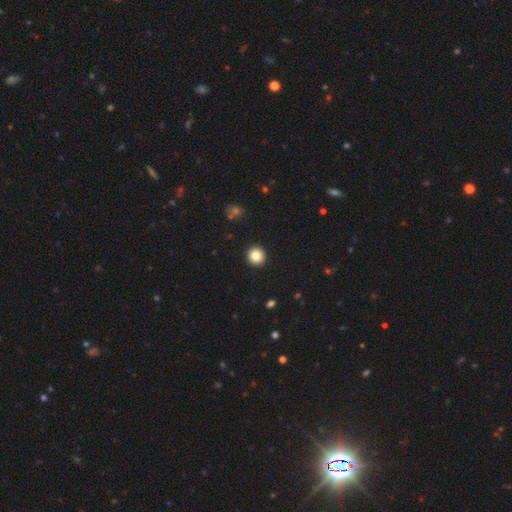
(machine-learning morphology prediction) Overall: smooth (84%). How rounded: round (94%). Merging: none (93%).